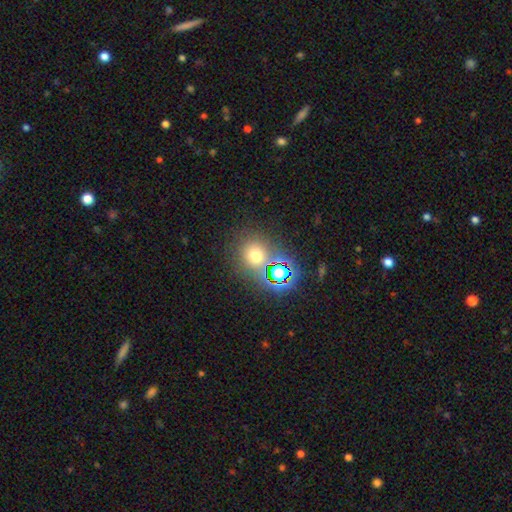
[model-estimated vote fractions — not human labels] A smooth galaxy with no disk features (63%) that is round (85%).

Vote fractions:
- Smooth or featured? smooth: 63% / star or artifact: 28% / featured or disk: 9%
- How rounded? round: 85% / in between: 14% / cigar-shaped: 1%
- Merging? none: 73% / merger: 14% / minor disturbance: 9% / major disturbance: 4%